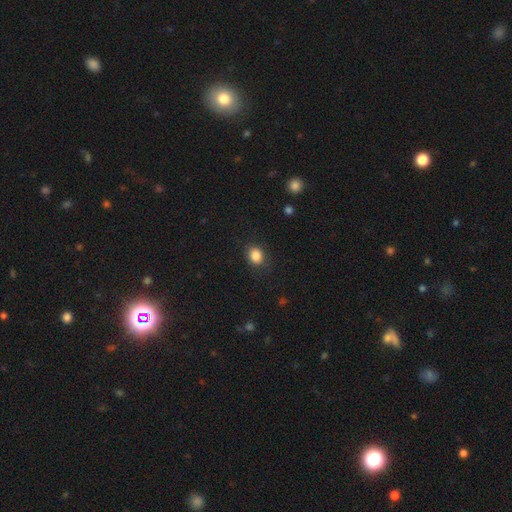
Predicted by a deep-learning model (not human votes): Morphology: type=smooth (86%); roundness=round (55%); merging=none (84%).